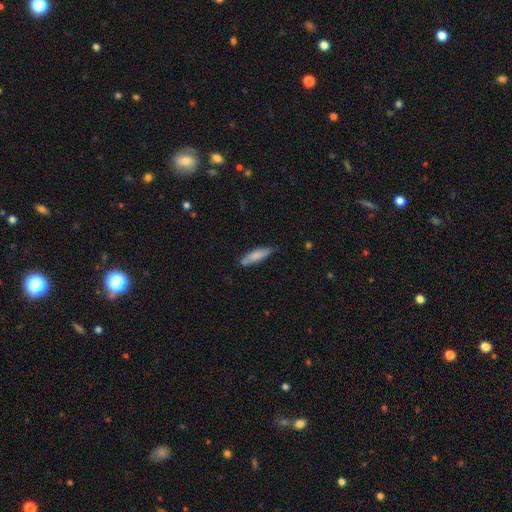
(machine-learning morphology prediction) This is likely a smooth galaxy (79%). How rounded: likely cigar-shaped (64%). Merging: likely none (71%).